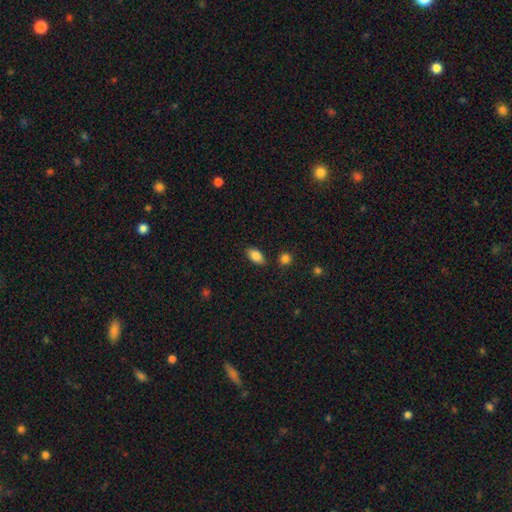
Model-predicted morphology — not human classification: Q: Smooth or featured?
A: smooth (86%); runner-up: star or artifact (8%)
Q: How rounded?
A: in between (91%); runner-up: round (5%)
Q: Merging?
A: none (81%); runner-up: minor disturbance (12%)